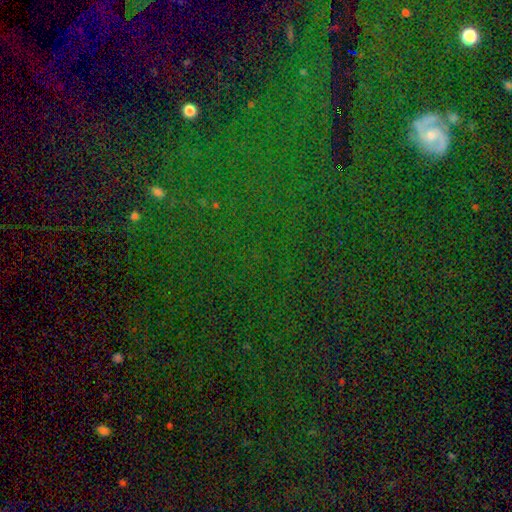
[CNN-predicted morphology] A star or artifact, not a galaxy (78%).